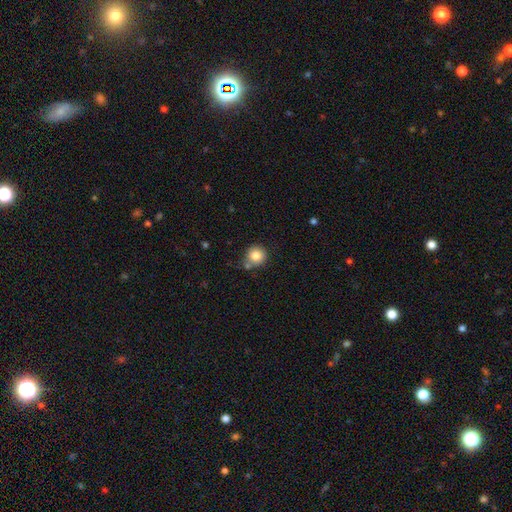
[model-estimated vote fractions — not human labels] This appears to be a smooth galaxy with no disk features (83%) that is round (91%). Merging: none (67%).